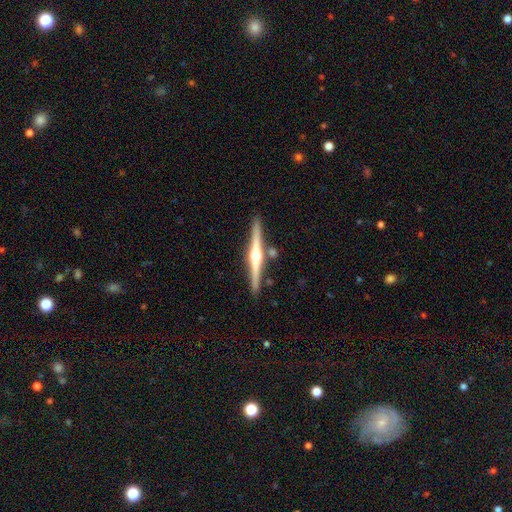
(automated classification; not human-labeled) featured or disk 81%, smooth 14%, star or artifact 5%. Down the decision tree: edge-on disk — yes (98%); edge-on bulge — rounded (94%); merging — none (85%).